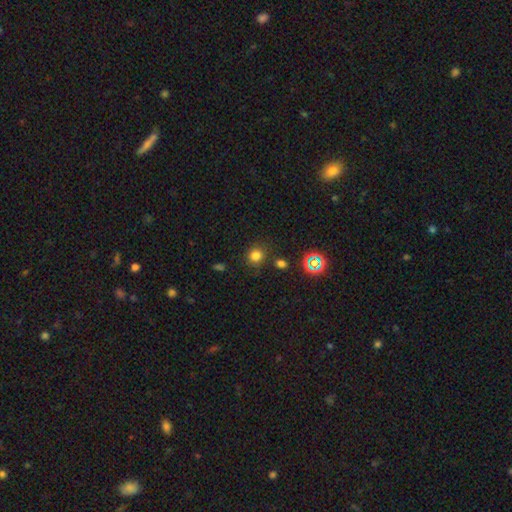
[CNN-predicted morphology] Overall: smooth (75%). How rounded: round (87%). Merging: none (79%).